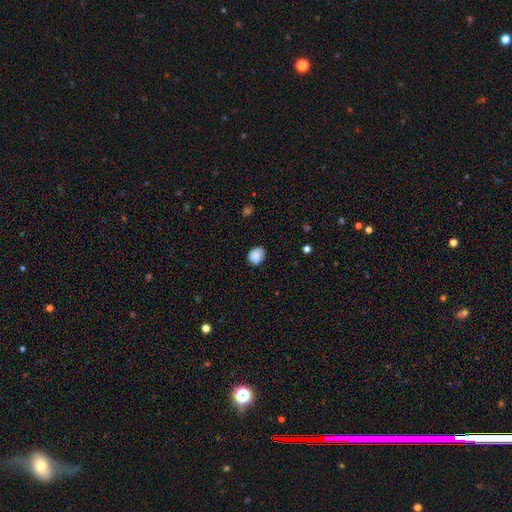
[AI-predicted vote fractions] A smooth galaxy with no disk features (86%) that is round (61%). Merging: none (73%).